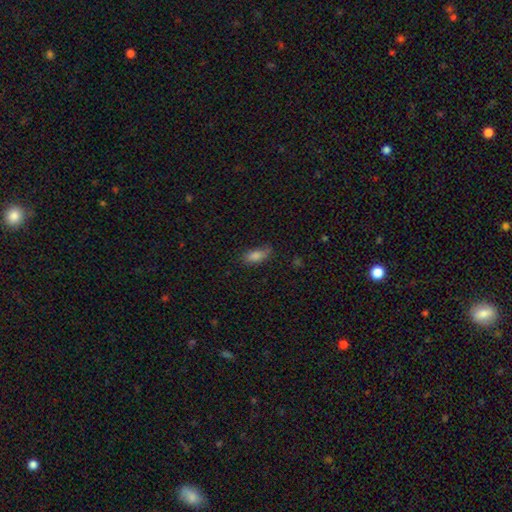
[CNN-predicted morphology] Smooth or featured? Predicted: smooth (p=0.81). How rounded? Predicted: in between (p=0.78). Merging? Predicted: none (p=0.66).